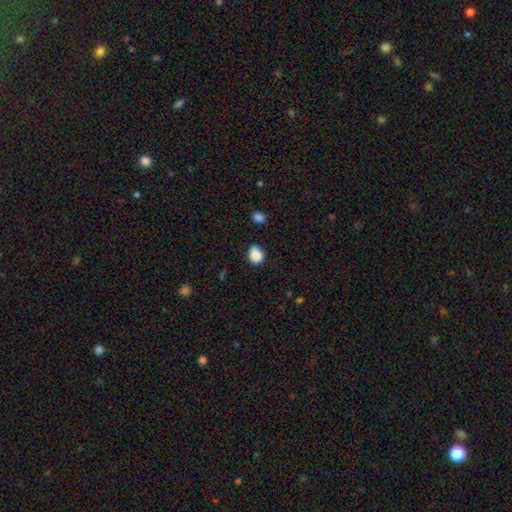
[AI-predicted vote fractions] smooth_or_featured: smooth (p=0.86) [alt: star or artifact p=0.09]
how_rounded: round (p=0.61) [alt: in between p=0.38]
merging: none (p=0.72) [alt: minor disturbance p=0.22]